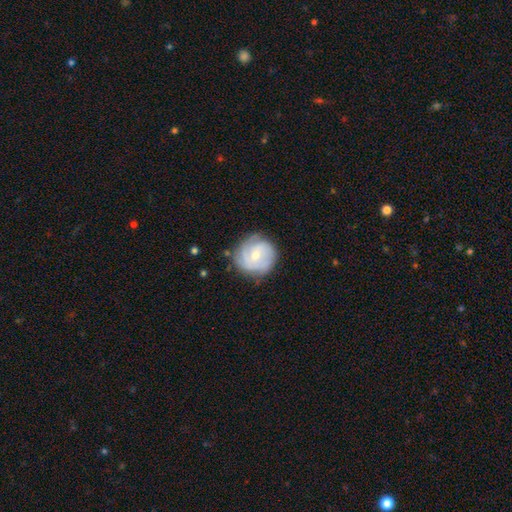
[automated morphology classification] A featured or disk galaxy (66%) with no bar (60%), tight (58%) spiral arms (87%) and a small central bulge (51%). Merging: none (74%).